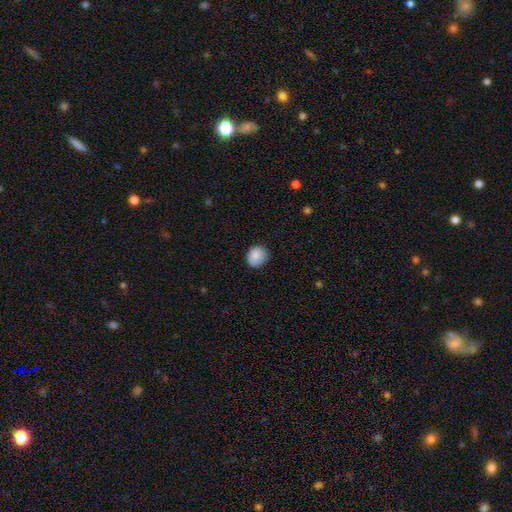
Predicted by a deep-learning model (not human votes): smooth_or_featured: smooth (p=0.87) [alt: star or artifact p=0.08]
how_rounded: round (p=0.71) [alt: in between p=0.29]
merging: none (p=0.77) [alt: minor disturbance p=0.19]